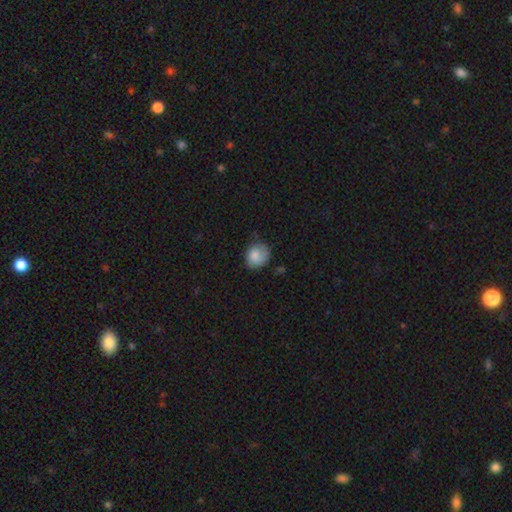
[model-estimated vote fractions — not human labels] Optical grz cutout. It shows a smooth galaxy with no disk features (77%) that is round (61%). Merging: none (64%).